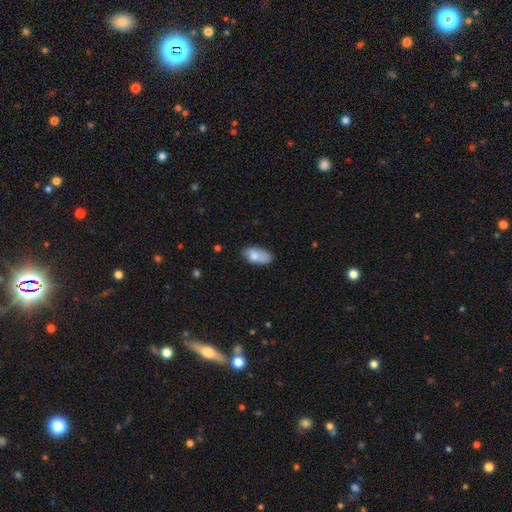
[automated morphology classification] smooth-or-featured: smooth: 78% | featured or disk: 14% | star or artifact: 8%
  how-rounded: in between: 91% | cigar-shaped: 5% | round: 4%
  merging: none: 54% | minor disturbance: 30% | major disturbance: 8% | merger: 8%